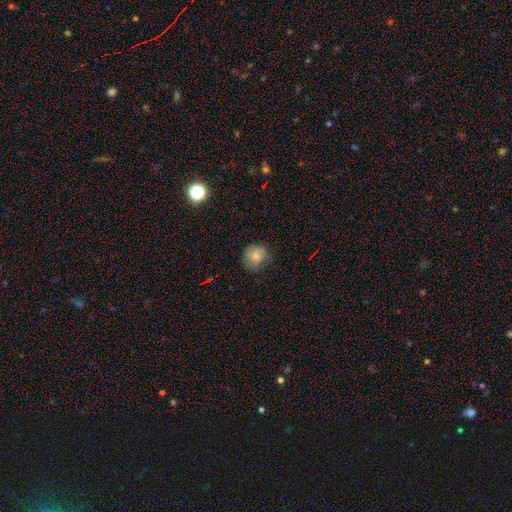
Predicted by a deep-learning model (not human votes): A smooth galaxy with no disk features (77%) that is round (84%).

Vote fractions:
- Smooth or featured? smooth: 77% / featured or disk: 12% / star or artifact: 10%
- How rounded? round: 84% / in between: 15% / cigar-shaped: 1%
- Merging? none: 68% / minor disturbance: 24% / major disturbance: 6% / merger: 1%